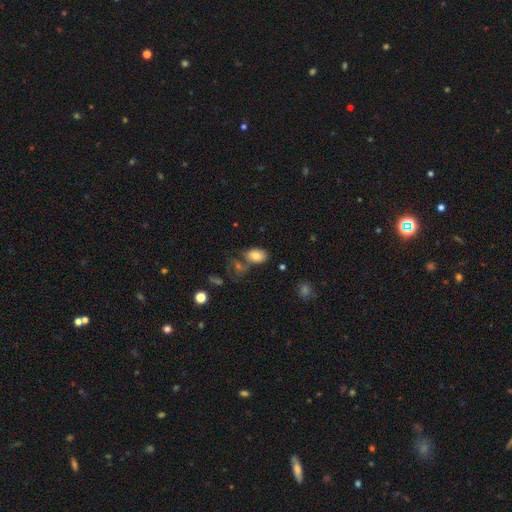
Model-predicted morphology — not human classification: Smooth or featured? smooth (80%)
How rounded? in between (88%)
Merging? none (59%)